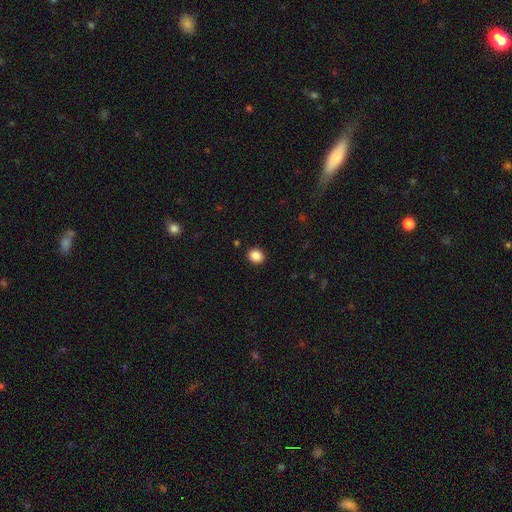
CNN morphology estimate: Q: Smooth or featured?
A: smooth (88%); runner-up: star or artifact (9%)
Q: How rounded?
A: round (63%); runner-up: in between (36%)
Q: Merging?
A: none (92%); runner-up: minor disturbance (6%)